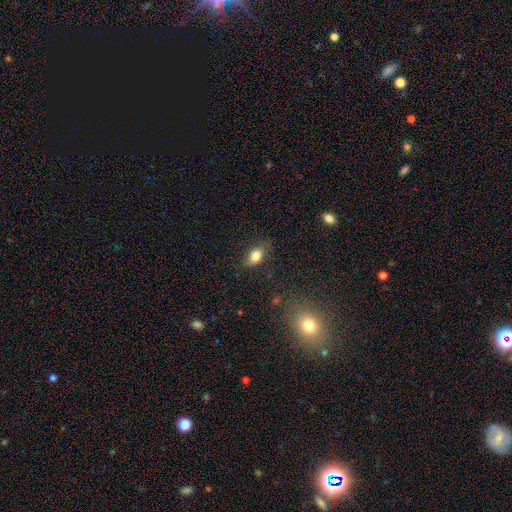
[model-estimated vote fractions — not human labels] smooth_or_featured: smooth (p=0.79) [alt: featured or disk p=0.12]
how_rounded: in between (p=0.85) [alt: round p=0.11]
merging: none (p=0.75) [alt: minor disturbance p=0.18]